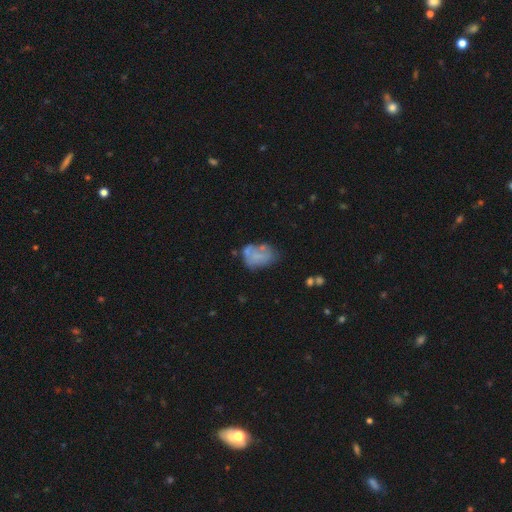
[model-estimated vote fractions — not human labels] The model was most divided on "merging": none: 41%, minor disturbance: 26%, major disturbance: 20%, merger: 13%. More confident: how rounded — in between (76%); smooth or featured — smooth (52%).